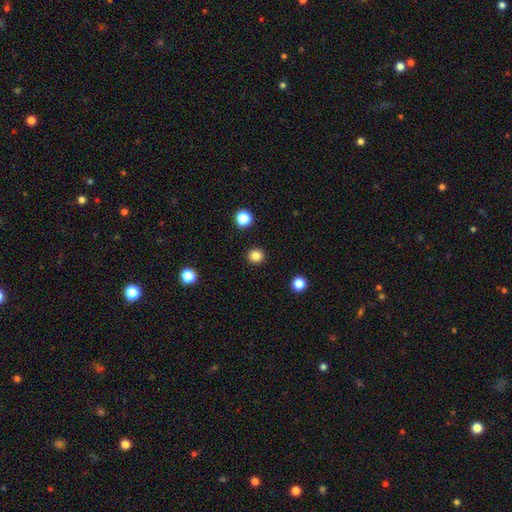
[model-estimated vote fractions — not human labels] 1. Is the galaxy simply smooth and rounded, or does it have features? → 84% smooth, 13% star or artifact, 4% featured or disk.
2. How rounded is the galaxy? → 93% round, 6% in between, 1% cigar-shaped.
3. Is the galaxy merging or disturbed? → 93% none, 5% minor disturbance, 2% major disturbance, 1% merger.